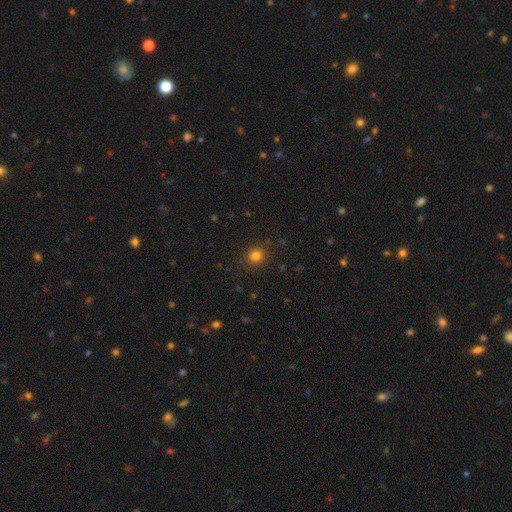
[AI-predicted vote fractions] This appears to be a smooth galaxy with no disk features (81%) that is round (88%). Merging: none (90%).